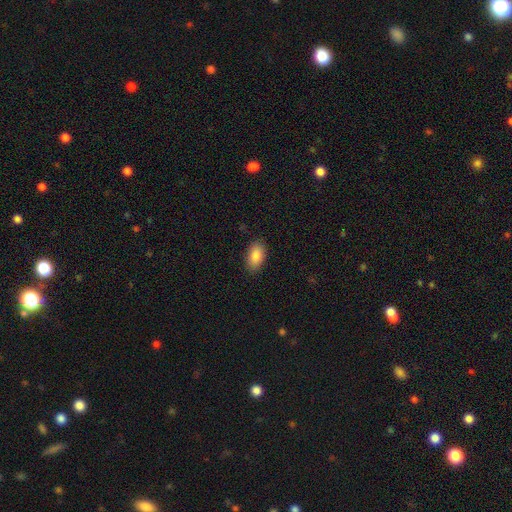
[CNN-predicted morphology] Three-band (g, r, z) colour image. It shows a smooth galaxy with no disk features (86%) that is in between round and cigar-shaped (93%). Merging: none (88%).